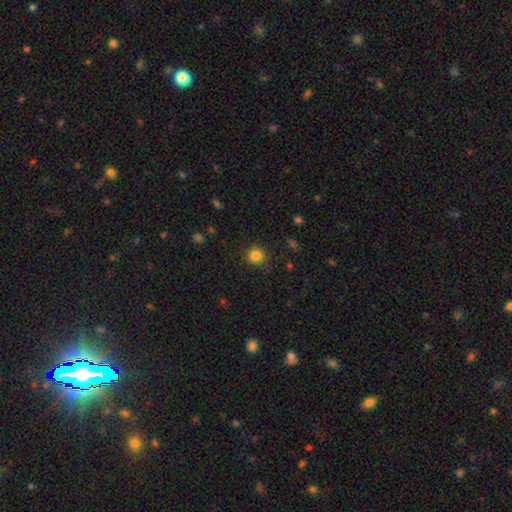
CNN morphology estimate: Overall: smooth (83%). How rounded: round (91%). Merging: none (86%).